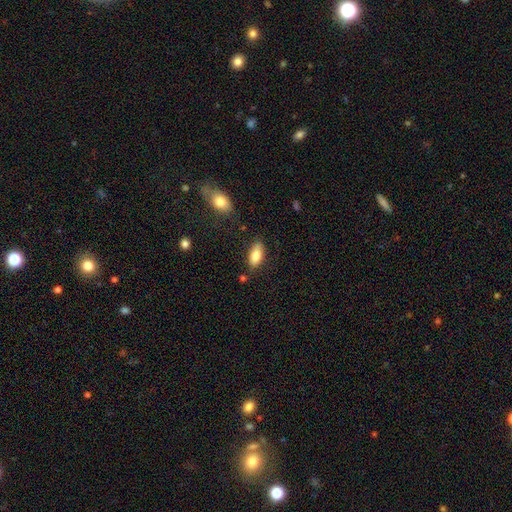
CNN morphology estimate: A smooth galaxy with no disk features (82%) that is in between round and cigar-shaped (89%). Merging: none (78%).